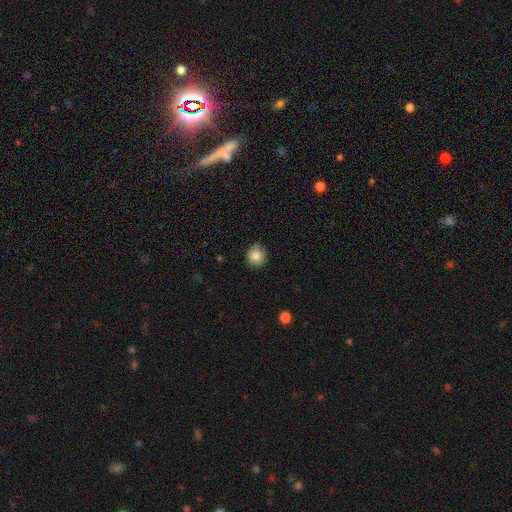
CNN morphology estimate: smooth-or-featured: smooth: 85% | star or artifact: 9% | featured or disk: 6%
  how-rounded: round: 86% | in between: 13% | cigar-shaped: 1%
  merging: none: 76% | minor disturbance: 20% | major disturbance: 3% | merger: 1%